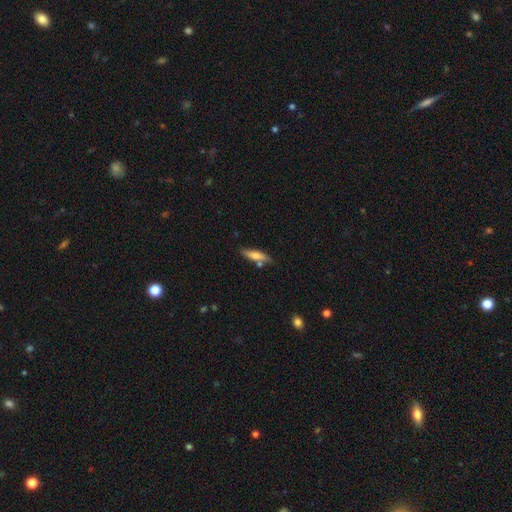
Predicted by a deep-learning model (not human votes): Overall: smooth (67%). How rounded: cigar-shaped (68%; in between 30%). Merging: none (71%).